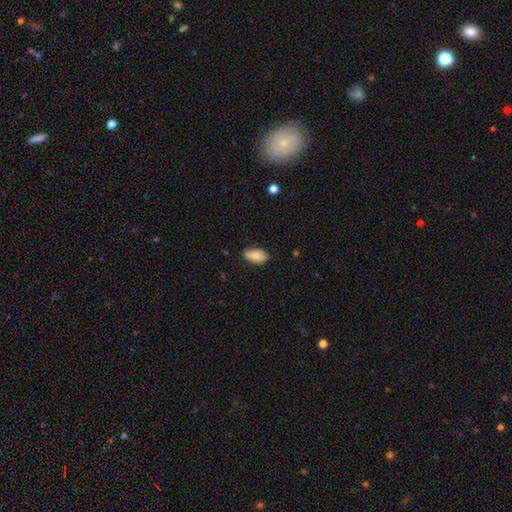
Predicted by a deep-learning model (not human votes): Smooth or featured? smooth (76%)
How rounded? in between (92%)
Merging? none (78%)